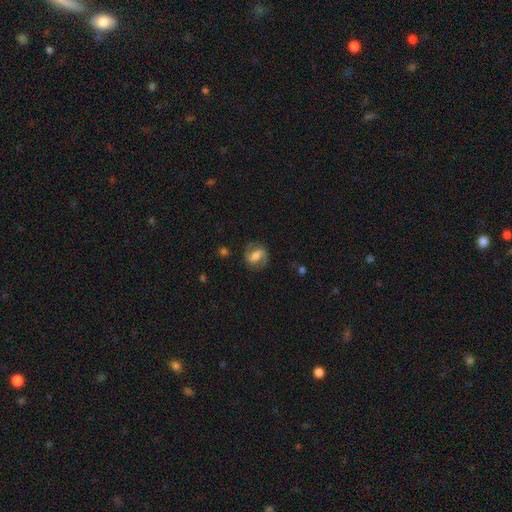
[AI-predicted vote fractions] smooth-or-featured: featured or disk: 73% | smooth: 20% | star or artifact: 7%
  disk-edge-on: no: 97% | yes: 3%
    bar: weak: 45% | strong: 30% | no: 25%
    has-spiral-arms: yes: 94% | no: 6%
      spiral-winding: medium: 50% | loose: 28% | tight: 21%
      spiral-arm-count: 2: 91% | can't tell: 4% | 1: 2% | 3: 1% | 4: 1% | more than 4: 1%
    bulge-size: moderate: 51% | small: 22% | large: 18% | none: 7% | dominant: 2%
  merging: none: 80% | minor disturbance: 13% | major disturbance: 5% | merger: 1%